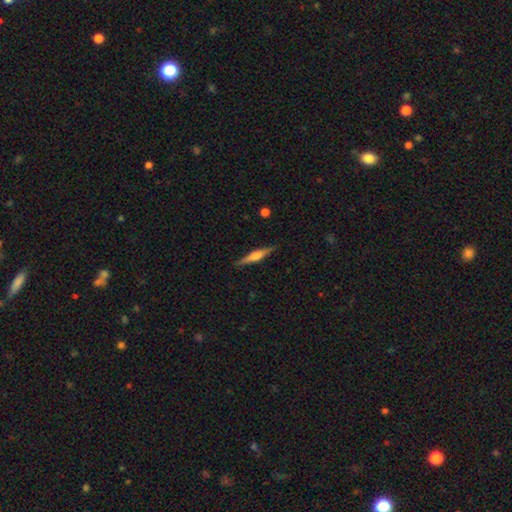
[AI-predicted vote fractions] smooth_or_featured: featured or disk (p=0.67) [alt: smooth p=0.27]
disk_edge_on: yes (p=0.98) [alt: no p=0.02]
edge_on_bulge: rounded (p=0.78) [alt: boxy p=0.17]
merging: none (p=0.89) [alt: minor disturbance p=0.08]